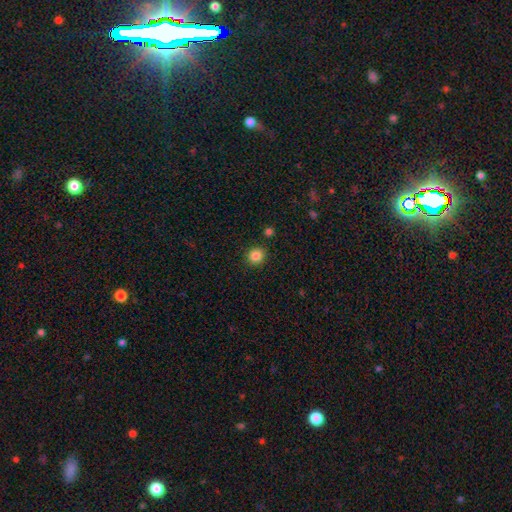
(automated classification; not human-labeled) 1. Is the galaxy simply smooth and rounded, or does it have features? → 85% smooth, 11% star or artifact, 4% featured or disk.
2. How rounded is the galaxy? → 90% round, 9% in between, 1% cigar-shaped.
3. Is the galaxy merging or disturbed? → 89% none, 6% minor disturbance, 3% merger, 2% major disturbance.